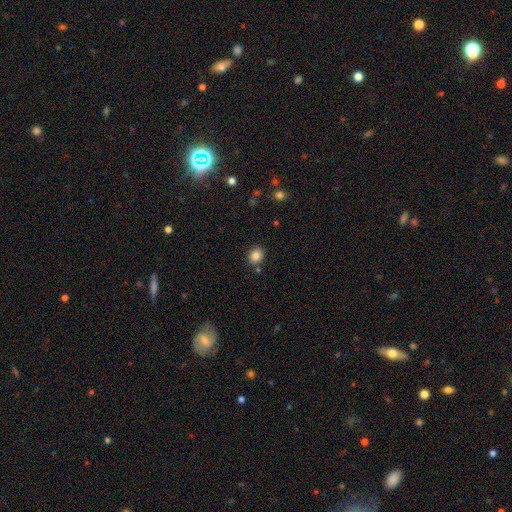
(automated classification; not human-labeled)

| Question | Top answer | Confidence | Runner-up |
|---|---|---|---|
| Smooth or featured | smooth | 84% | star or artifact (11%) |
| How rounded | round | 69% | in between (30%) |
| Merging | none | 84% | minor disturbance (9%) |